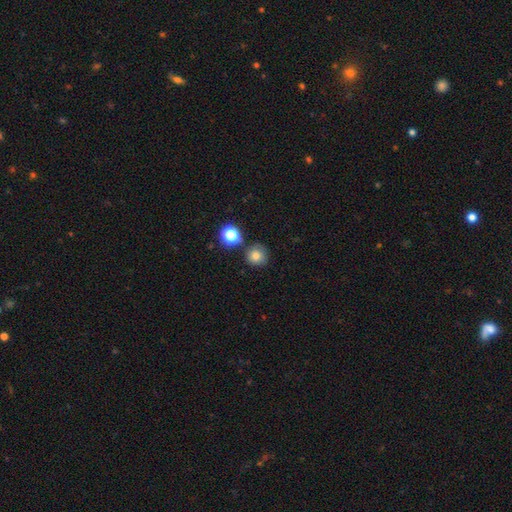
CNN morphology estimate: A smooth galaxy with no disk features (76%) that is round (92%).

Vote fractions:
- Smooth or featured? smooth: 76% / star or artifact: 15% / featured or disk: 9%
- How rounded? round: 92% / in between: 7% / cigar-shaped: 1%
- Merging? none: 75% / minor disturbance: 12% / merger: 9% / major disturbance: 4%